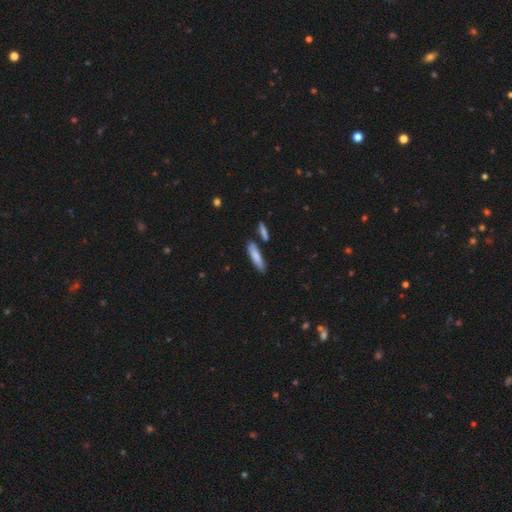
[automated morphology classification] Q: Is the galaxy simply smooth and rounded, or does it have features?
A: smooth — 79%.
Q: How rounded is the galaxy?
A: cigar-shaped — 71%.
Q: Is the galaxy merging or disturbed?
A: none — 78%.